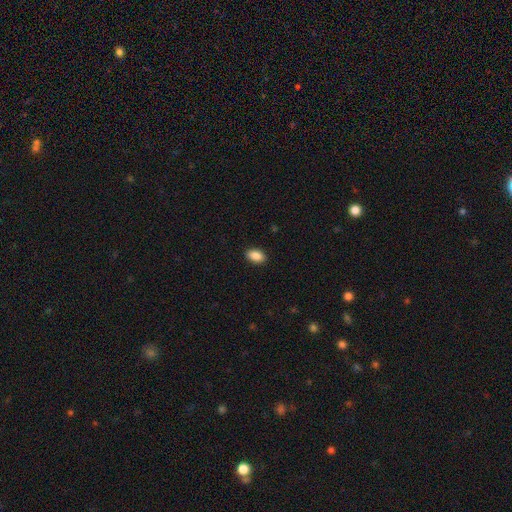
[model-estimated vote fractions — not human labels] smooth-or-featured: smooth: 89% | star or artifact: 7% | featured or disk: 4%
  how-rounded: in between: 91% | round: 7% | cigar-shaped: 2%
  merging: none: 90% | minor disturbance: 7% | major disturbance: 2% | merger: 1%